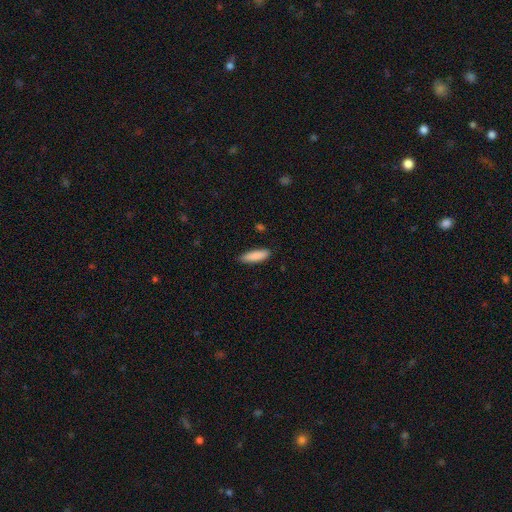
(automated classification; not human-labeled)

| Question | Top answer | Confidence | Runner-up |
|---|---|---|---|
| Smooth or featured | smooth | 88% | featured or disk (6%) |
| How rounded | cigar-shaped | 62% | in between (37%) |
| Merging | none | 86% | minor disturbance (10%) |